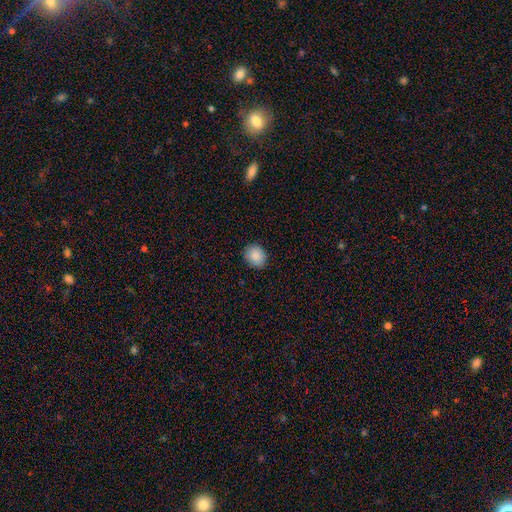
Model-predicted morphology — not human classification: smooth 88%, star or artifact 8%, featured or disk 4%. Down the decision tree: how rounded — round (63%); merging — none (89%).